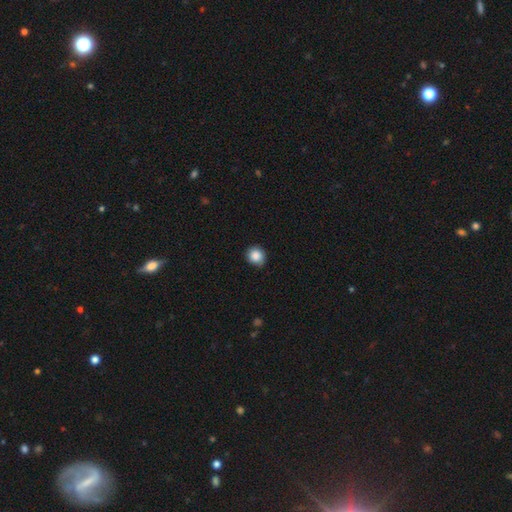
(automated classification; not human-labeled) Smooth or featured? smooth (86%)
How rounded? round (87%)
Merging? none (82%)